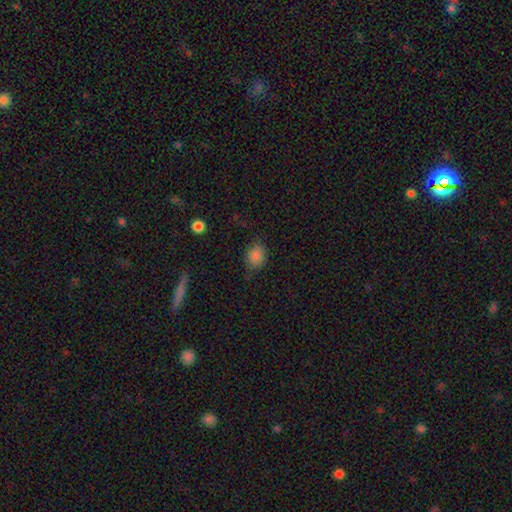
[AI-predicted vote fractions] smooth_or_featured: smooth (p=0.83) [alt: star or artifact p=0.10]
how_rounded: in between (p=0.62) [alt: round p=0.37]
merging: none (p=0.75) [alt: minor disturbance p=0.19]